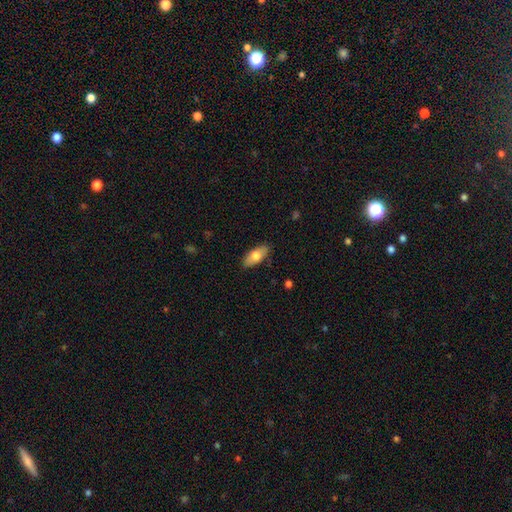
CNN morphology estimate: Q: Smooth or featured?
A: smooth (73%); runner-up: featured or disk (21%)
Q: How rounded?
A: in between (83%); runner-up: cigar-shaped (15%)
Q: Merging?
A: none (86%); runner-up: minor disturbance (10%)